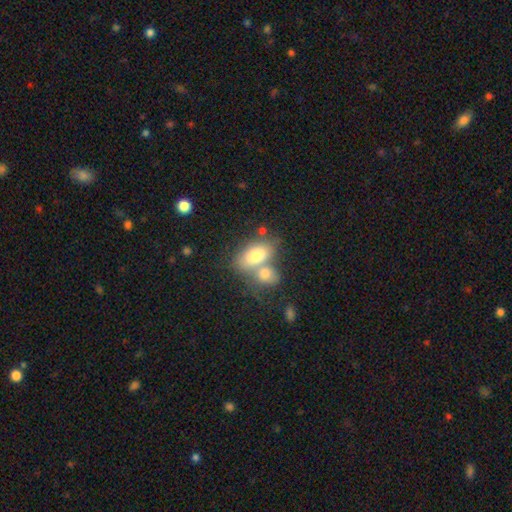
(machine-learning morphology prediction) smooth-or-featured: smooth: 74% | featured or disk: 19% | star or artifact: 7%
  how-rounded: in between: 89% | round: 8% | cigar-shaped: 4%
  merging: merger: 51% | none: 34% | minor disturbance: 10% | major disturbance: 5%